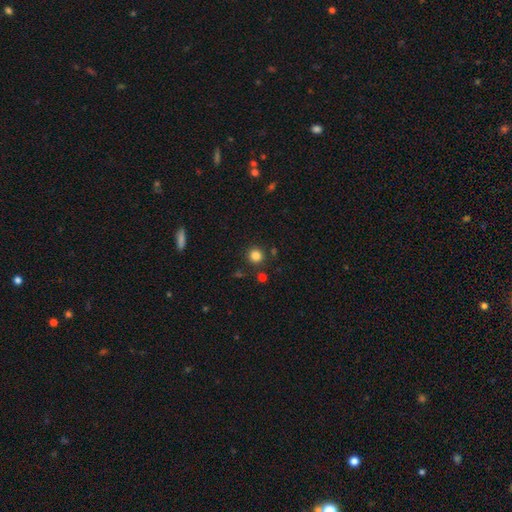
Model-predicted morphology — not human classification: Overall: smooth (83%). How rounded: round (93%). Merging: none (88%).